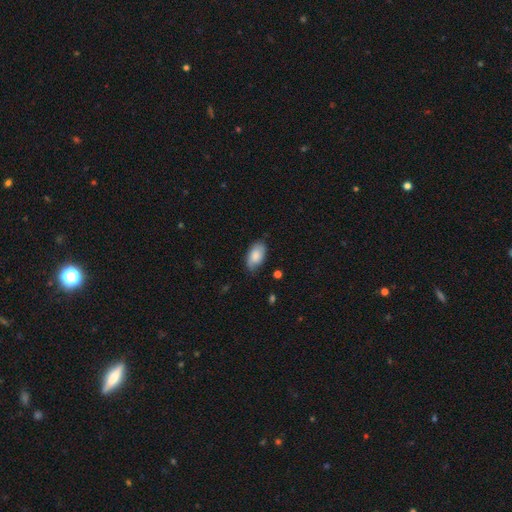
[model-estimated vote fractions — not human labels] Smooth or featured? smooth (74%)
How rounded? in between (93%)
Merging? none (70%)